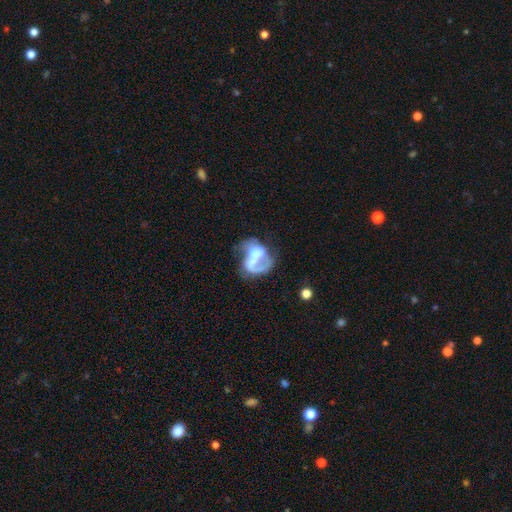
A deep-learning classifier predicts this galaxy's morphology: This appears to be a featured or disk galaxy (65%) with no bar (53%), spiral arms (64%) and no central bulge (29%). Merging: major disturbance (41%).